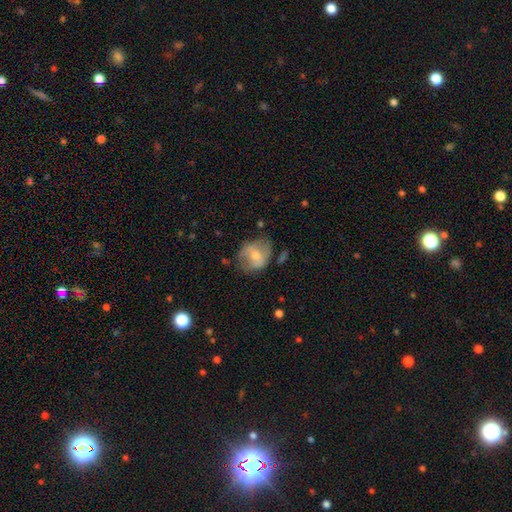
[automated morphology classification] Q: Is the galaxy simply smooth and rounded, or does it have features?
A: smooth — 51%.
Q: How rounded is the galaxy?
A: round — 56%.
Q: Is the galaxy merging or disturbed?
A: none — 58%.